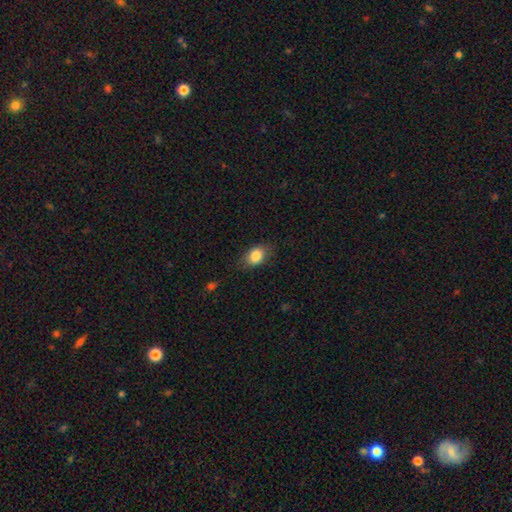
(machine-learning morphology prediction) A smooth galaxy with no disk features (83%) that is in between round and cigar-shaped (78%). Merging: none (76%).